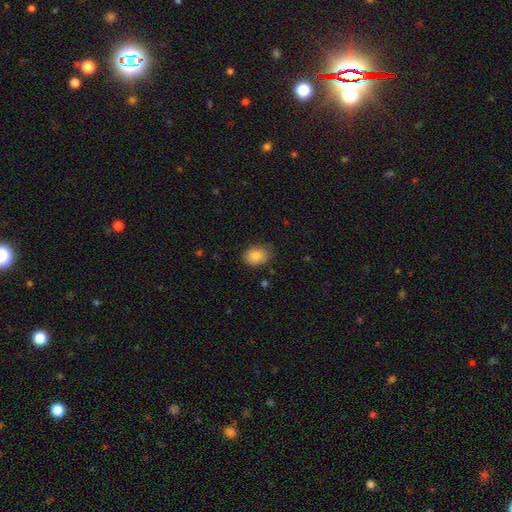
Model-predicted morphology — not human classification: A smooth galaxy with no disk features (86%) that is in between round and cigar-shaped (70%).

Vote fractions:
- Smooth or featured? smooth: 86% / star or artifact: 8% / featured or disk: 6%
- How rounded? in between: 70% / round: 29% / cigar-shaped: 1%
- Merging? none: 79% / minor disturbance: 17% / major disturbance: 3% / merger: 1%